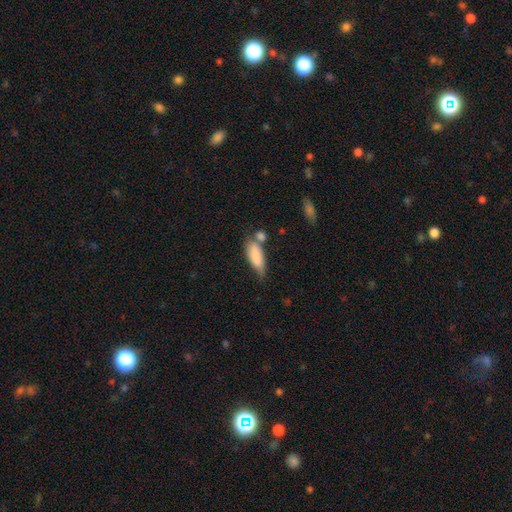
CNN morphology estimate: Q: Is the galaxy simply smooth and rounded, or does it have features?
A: smooth — 82%.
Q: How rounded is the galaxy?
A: in between — 66%.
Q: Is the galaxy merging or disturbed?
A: none — 43%.